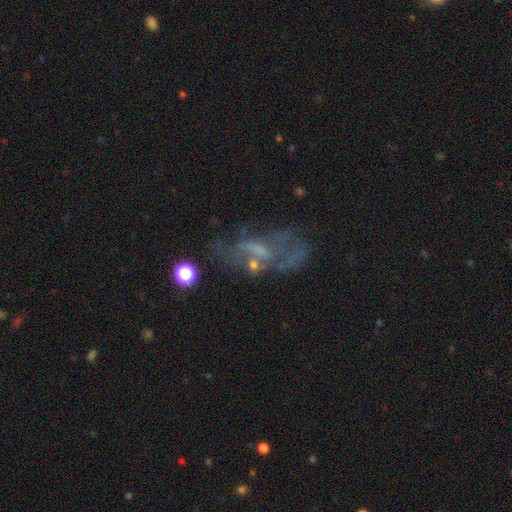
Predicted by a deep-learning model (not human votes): Overall: featured or disk (58%; smooth 23%). Edge-on disk: no (91%). Bar: no (51%; weak 35%). Spiral arms: no (63%; yes 37%). Bulge size: none (39%; small 38%). Merging: none (36%; major disturbance 35%).